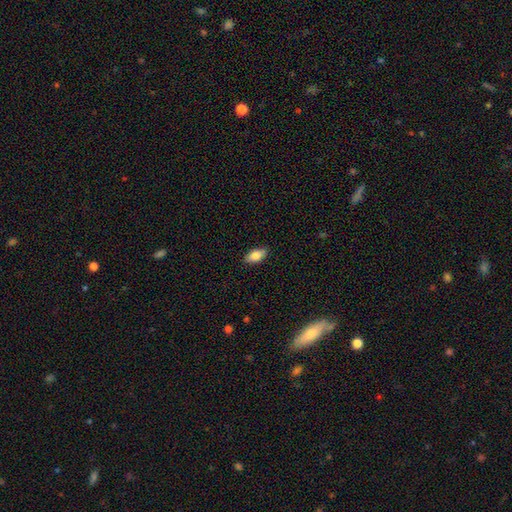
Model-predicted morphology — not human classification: smooth-or-featured: smooth: 83% | featured or disk: 10% | star or artifact: 7%
  how-rounded: in between: 88% | cigar-shaped: 9% | round: 3%
  merging: none: 88% | minor disturbance: 9% | major disturbance: 2% | merger: 1%